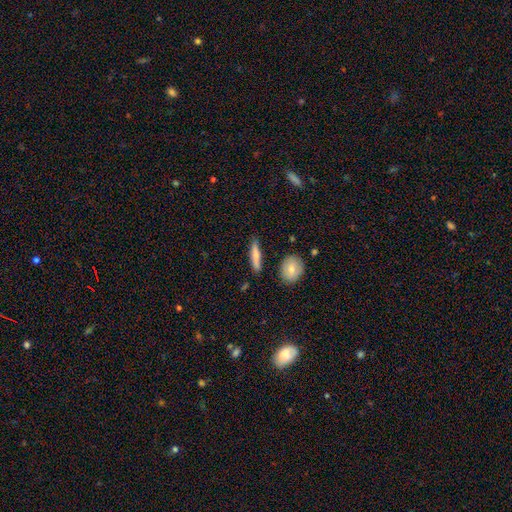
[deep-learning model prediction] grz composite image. It shows a smooth galaxy with no disk features (73%) that is cigar-shaped (82%). Merging: none (84%).